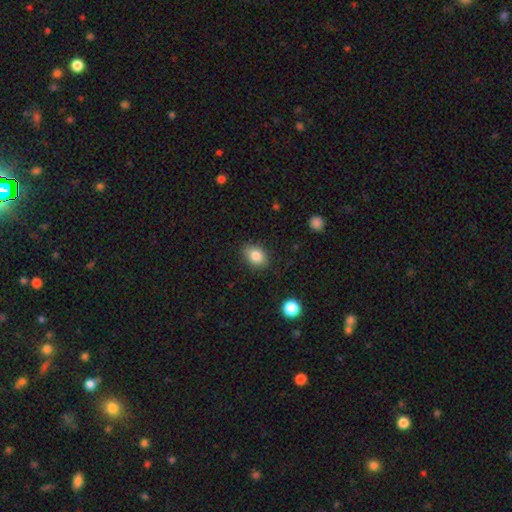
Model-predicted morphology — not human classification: Smooth or featured?
  - smooth: 83% *
  - star or artifact: 9%
  - featured or disk: 8%
How rounded?
  - in between: 71% *
  - round: 28%
  - cigar-shaped: 1%
Merging?
  - none: 83% *
  - minor disturbance: 13%
  - major disturbance: 3%
  - merger: 1%